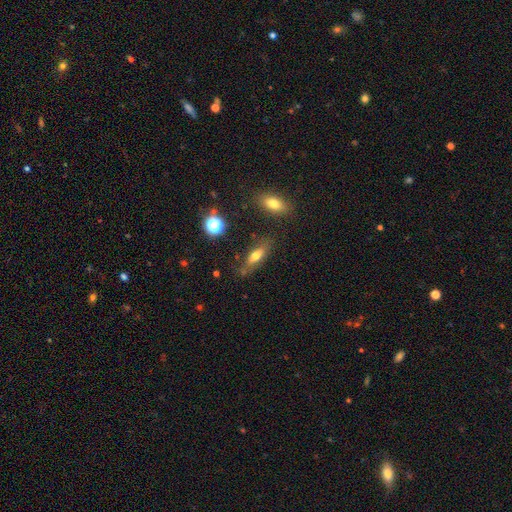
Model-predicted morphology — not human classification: Q: Smooth or featured?
A: smooth (59%); runner-up: featured or disk (30%)
Q: How rounded?
A: in between (53%); runner-up: cigar-shaped (42%)
Q: Merging?
A: none (71%); runner-up: minor disturbance (18%)